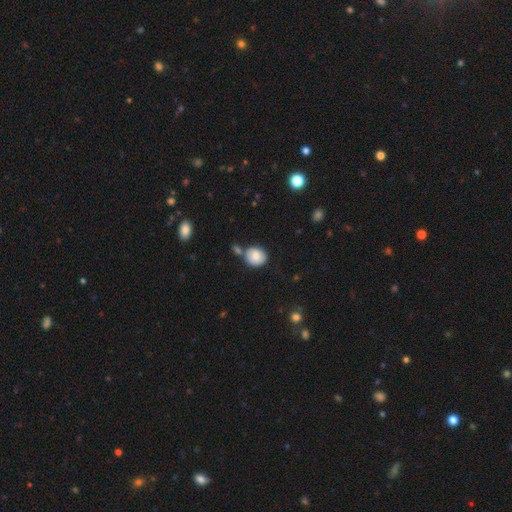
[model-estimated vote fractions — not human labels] smooth_or_featured: smooth (p=0.77) [alt: featured or disk p=0.15]
how_rounded: round (p=0.80) [alt: in between p=0.19]
merging: none (p=0.67) [alt: merger p=0.16]